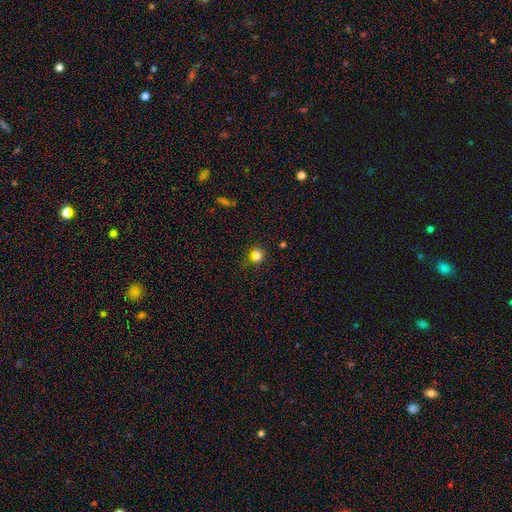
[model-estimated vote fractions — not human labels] Smooth or featured: smooth — 78% (star or artifact — 16%)
How rounded: round — 75% (in between — 24%)
Merging: none — 79% (minor disturbance — 14%)